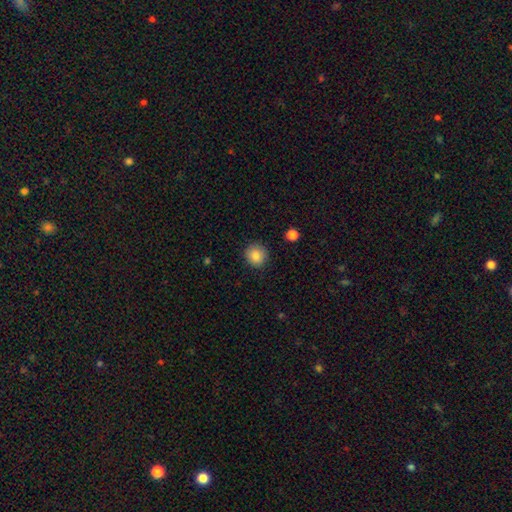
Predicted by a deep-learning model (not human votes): A smooth galaxy with no disk features (86%) that is round (90%). Merging: none (89%).